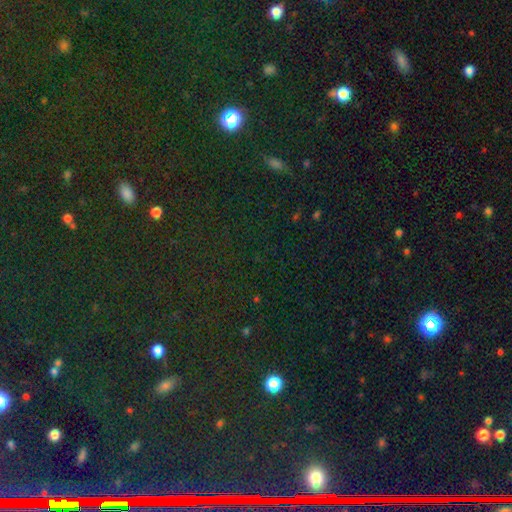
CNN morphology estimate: Overall: star or artifact (80%).